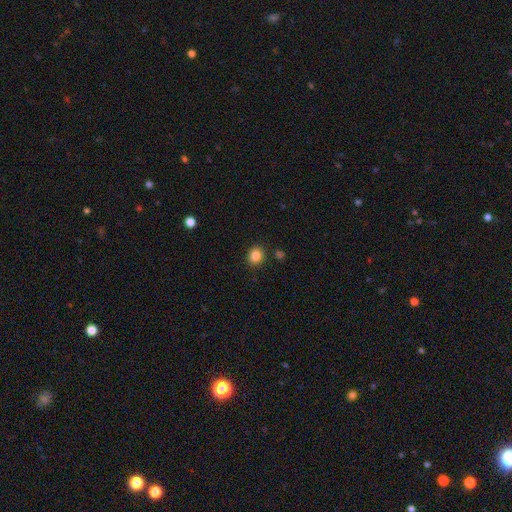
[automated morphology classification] Smooth or featured? smooth (85%)
How rounded? round (72%)
Merging? none (89%)